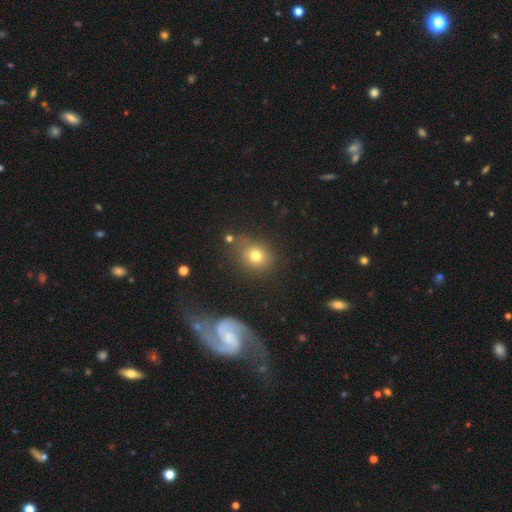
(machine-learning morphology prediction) smooth-or-featured: smooth: 75% | star or artifact: 15% | featured or disk: 10%
  how-rounded: round: 65% | in between: 34% | cigar-shaped: 1%
  merging: none: 73% | minor disturbance: 15% | merger: 7% | major disturbance: 5%